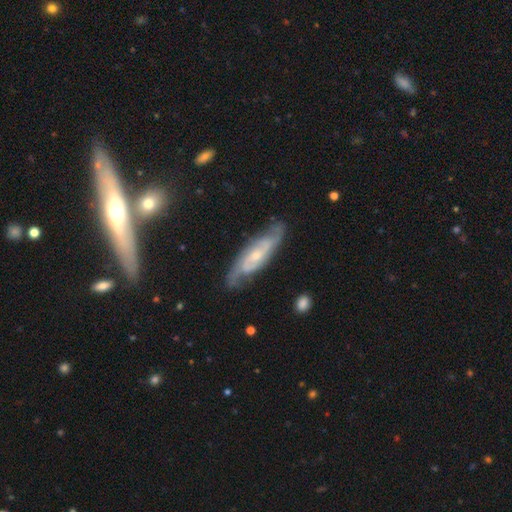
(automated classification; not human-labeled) Smooth or featured? Predicted: featured or disk (p=0.81). Edge-on disk? Predicted: no (p=0.82). Bar? Predicted: no (p=0.52). Spiral arms? Predicted: yes (p=0.94). Spiral winding? Predicted: medium (p=0.44). Spiral arm count? Predicted: 2 (p=0.63). Bulge size? Predicted: small (p=0.59). Merging? Predicted: none (p=0.77).